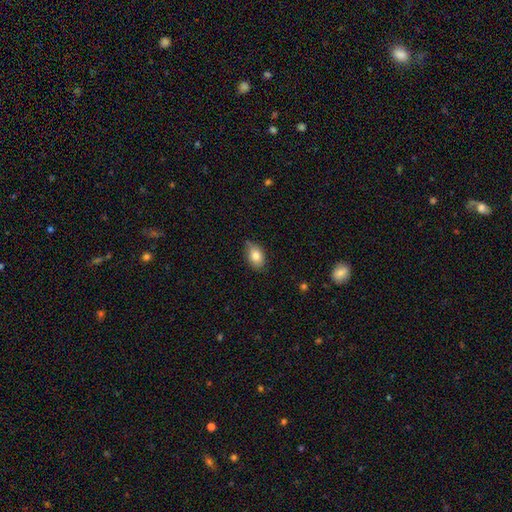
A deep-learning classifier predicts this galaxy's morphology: Smooth or featured? smooth (82%)
How rounded? in between (88%)
Merging? none (77%)